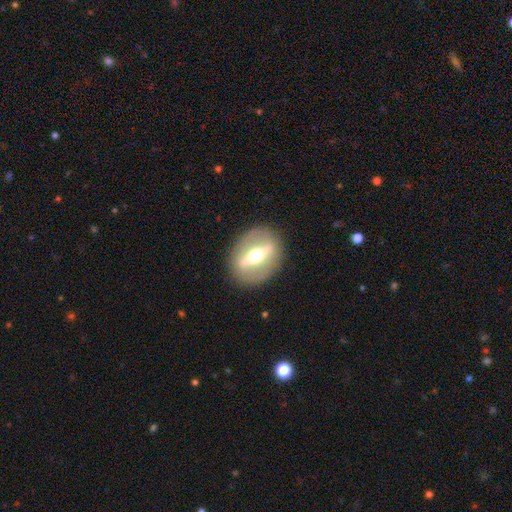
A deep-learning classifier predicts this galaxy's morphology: Smooth or featured?
  - featured or disk: 76% *
  - smooth: 18%
  - star or artifact: 6%
Edge-on disk?
  - no: 54% *
  - yes: 46%
Merging?
  - none: 87% *
  - minor disturbance: 8%
  - major disturbance: 4%
  - merger: 1%